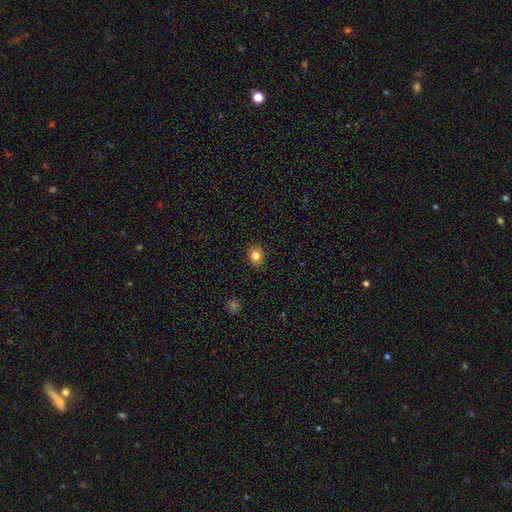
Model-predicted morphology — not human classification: type=smooth (82%); roundness=round (79%); merging=none (91%).